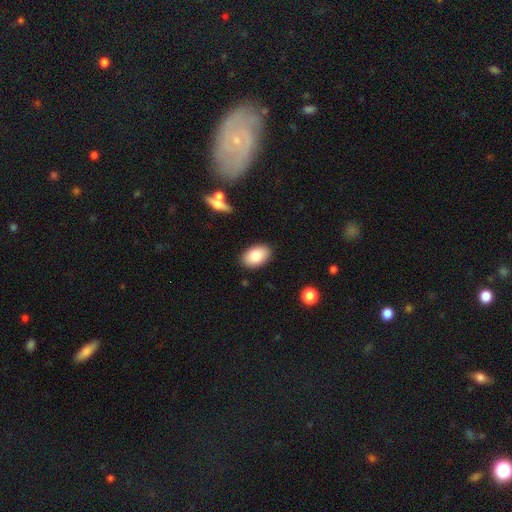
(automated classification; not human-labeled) Smooth or featured?
  - smooth: 82% *
  - featured or disk: 11%
  - star or artifact: 7%
How rounded?
  - in between: 90% *
  - round: 9%
  - cigar-shaped: 1%
Merging?
  - none: 88% *
  - minor disturbance: 8%
  - major disturbance: 2%
  - merger: 1%